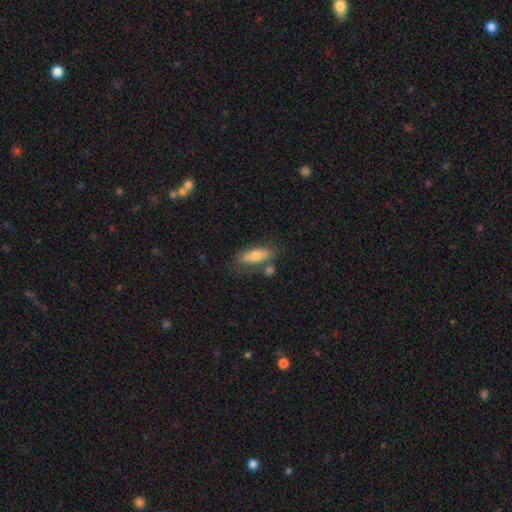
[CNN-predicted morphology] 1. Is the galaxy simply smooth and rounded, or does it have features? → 68% smooth, 25% featured or disk, 7% star or artifact.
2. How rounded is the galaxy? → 70% in between, 26% cigar-shaped, 3% round.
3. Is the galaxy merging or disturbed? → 65% none, 17% minor disturbance, 14% merger, 5% major disturbance.